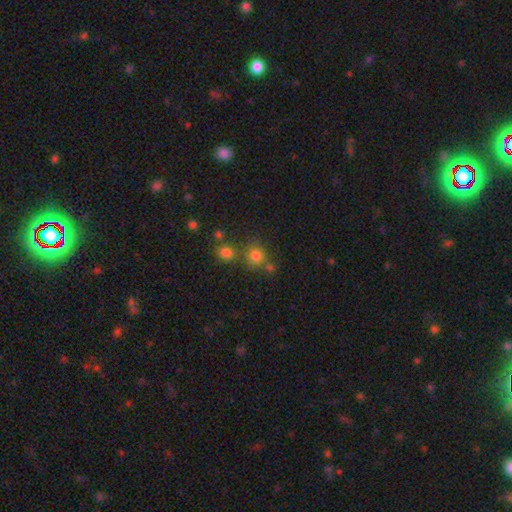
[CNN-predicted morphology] This is likely a smooth galaxy (77%). How rounded: clearly round (84%). Merging: likely none (61%).